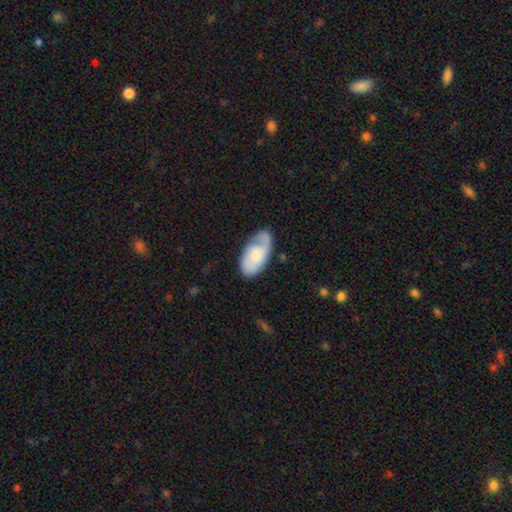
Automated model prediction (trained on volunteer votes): The model was most divided on "smooth or featured": smooth: 49%, featured or disk: 45%, star or artifact: 6%. More confident: merging — none (62%).